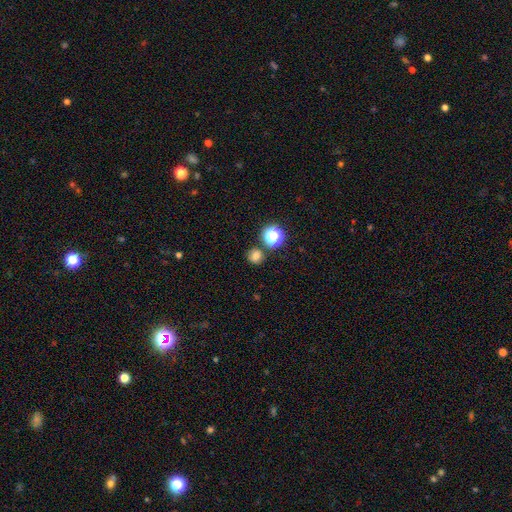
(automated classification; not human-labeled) smooth-or-featured: smooth: 74% | star or artifact: 19% | featured or disk: 7%
  how-rounded: round: 90% | in between: 9% | cigar-shaped: 1%
  merging: none: 81% | merger: 8% | minor disturbance: 8% | major disturbance: 3%